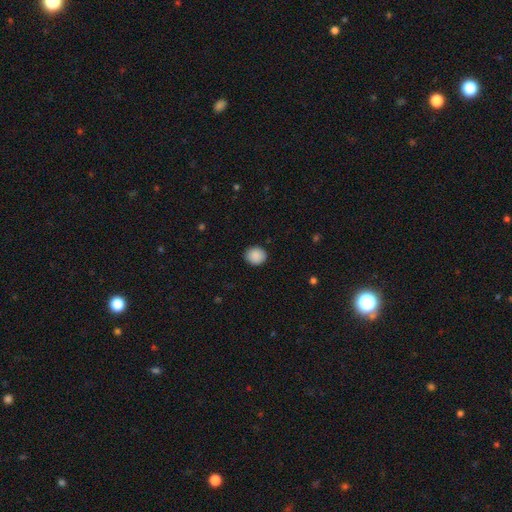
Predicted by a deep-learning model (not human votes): smooth-or-featured: smooth: 89% | star or artifact: 8% | featured or disk: 3%
  how-rounded: round: 79% | in between: 20% | cigar-shaped: 1%
  merging: none: 90% | minor disturbance: 7% | major disturbance: 2% | merger: 1%